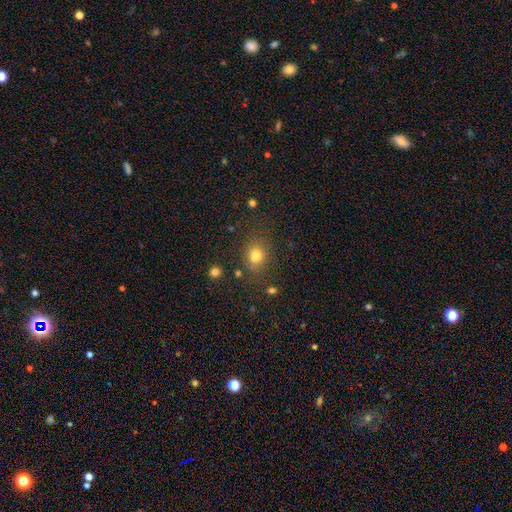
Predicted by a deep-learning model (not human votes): A smooth galaxy with no disk features (77%) that is round (54%).

Vote fractions:
- Smooth or featured? smooth: 77% / star or artifact: 15% / featured or disk: 8%
- How rounded? round: 54% / in between: 45% / cigar-shaped: 1%
- Merging? none: 68% / minor disturbance: 17% / merger: 7% / major disturbance: 7%